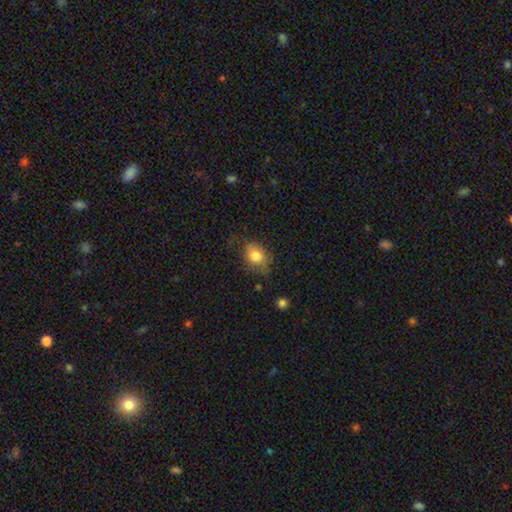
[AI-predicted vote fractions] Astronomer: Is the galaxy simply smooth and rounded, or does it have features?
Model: smooth — 80%.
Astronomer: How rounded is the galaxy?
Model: in between — 62%.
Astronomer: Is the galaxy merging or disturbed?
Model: none — 64%.